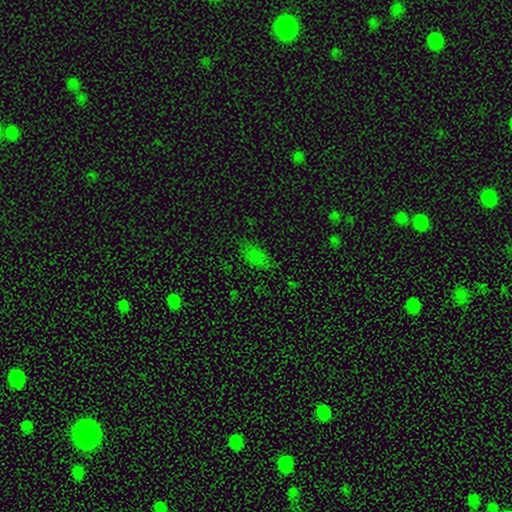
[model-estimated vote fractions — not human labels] Q: Smooth or featured?
A: smooth (61%); runner-up: star or artifact (31%)
Q: How rounded?
A: in between (87%); runner-up: round (7%)
Q: Merging?
A: none (71%); runner-up: minor disturbance (19%)